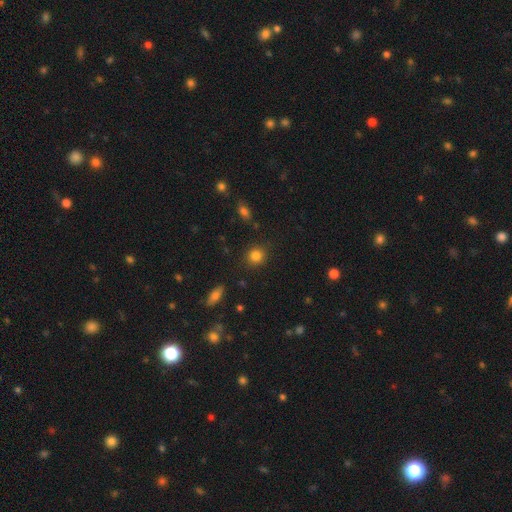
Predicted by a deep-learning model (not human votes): Smooth or featured?
  - smooth: 84% *
  - star or artifact: 11%
  - featured or disk: 5%
How rounded?
  - round: 86% *
  - in between: 13%
  - cigar-shaped: 1%
Merging?
  - none: 87% *
  - minor disturbance: 9%
  - major disturbance: 3%
  - merger: 2%